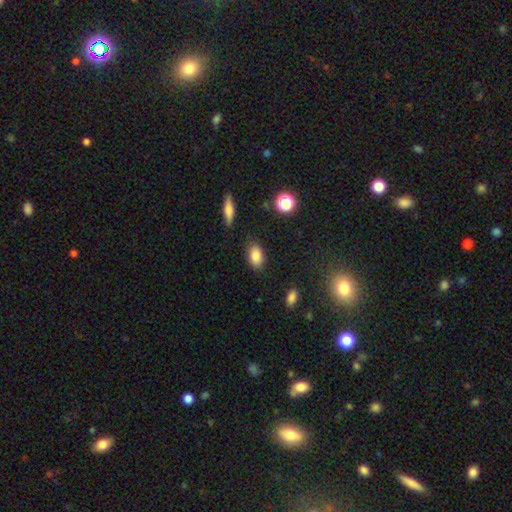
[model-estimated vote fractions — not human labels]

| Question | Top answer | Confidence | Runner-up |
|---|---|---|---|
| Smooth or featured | smooth | 83% | star or artifact (9%) |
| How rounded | in between | 87% | round (10%) |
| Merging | none | 83% | minor disturbance (12%) |